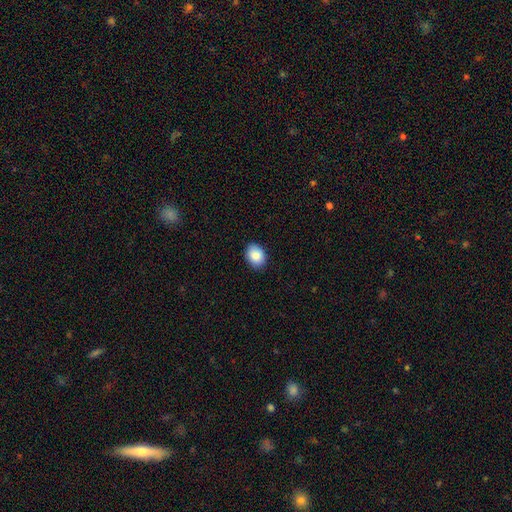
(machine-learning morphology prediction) smooth-or-featured: smooth: 87% | star or artifact: 8% | featured or disk: 6%
  how-rounded: in between: 62% | round: 38% | cigar-shaped: 1%
  merging: none: 88% | minor disturbance: 9% | major disturbance: 2% | merger: 1%